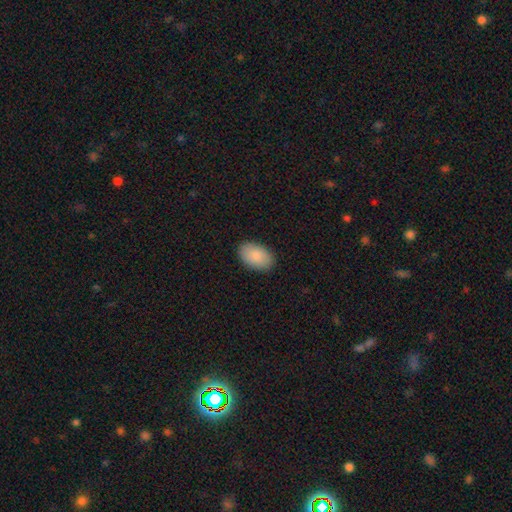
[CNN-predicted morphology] Overall: smooth (88%). How rounded: in between (92%). Merging: none (89%).